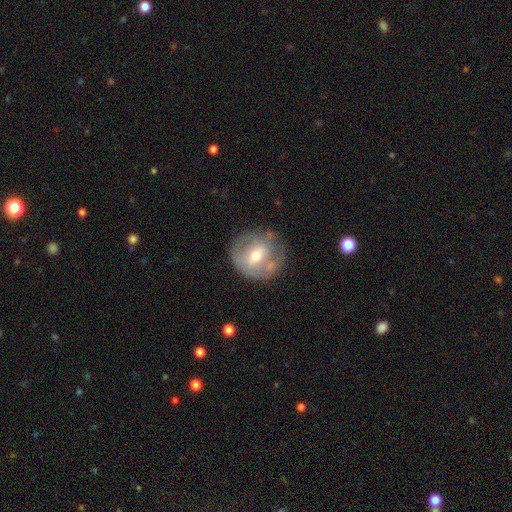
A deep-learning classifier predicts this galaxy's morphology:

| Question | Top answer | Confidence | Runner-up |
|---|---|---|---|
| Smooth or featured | featured or disk | 51% | smooth (41%) |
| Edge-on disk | no | 95% | yes (5%) |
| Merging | none | 63% | minor disturbance (23%) |